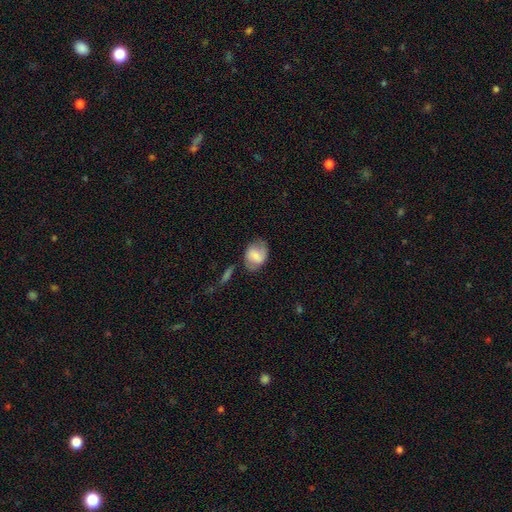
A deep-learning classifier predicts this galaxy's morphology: Overall: smooth (66%; featured or disk 26%). How rounded: in between (62%; round 36%). Merging: none (61%; minor disturbance 24%).